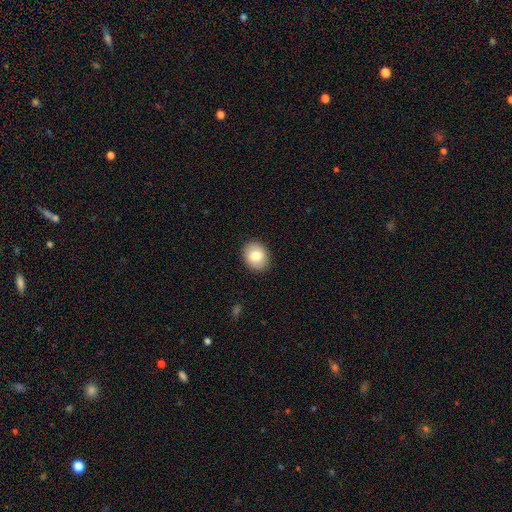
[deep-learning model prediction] This is clearly a smooth galaxy (81%). How rounded: possibly round (50%). Merging: clearly none (90%).